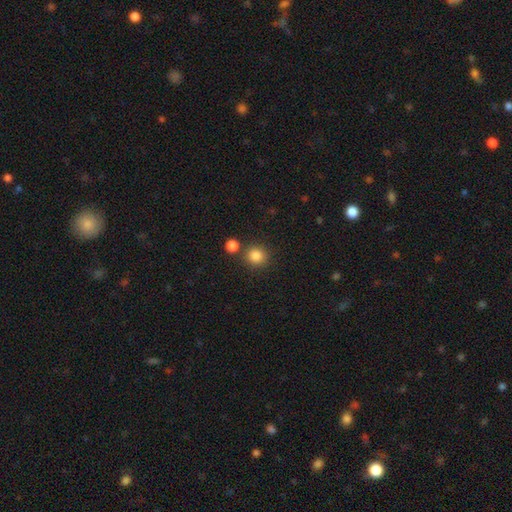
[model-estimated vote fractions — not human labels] smooth-or-featured: smooth: 85% | star or artifact: 11% | featured or disk: 4%
  how-rounded: round: 89% | in between: 10% | cigar-shaped: 1%
  merging: none: 78% | merger: 11% | minor disturbance: 8% | major disturbance: 3%